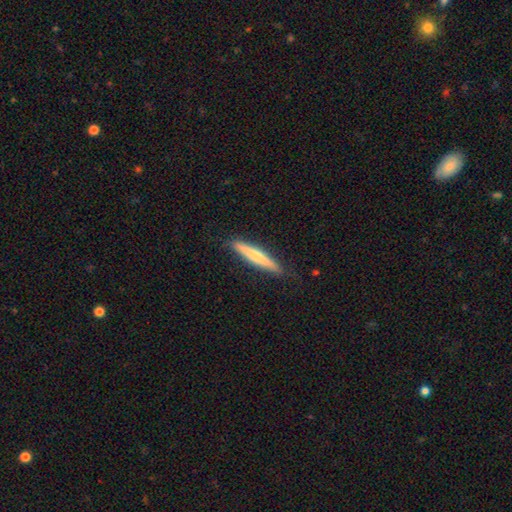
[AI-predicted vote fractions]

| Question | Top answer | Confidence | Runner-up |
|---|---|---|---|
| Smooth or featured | smooth | 58% | featured or disk (37%) |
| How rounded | cigar-shaped | 95% | in between (4%) |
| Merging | none | 88% | minor disturbance (9%) |